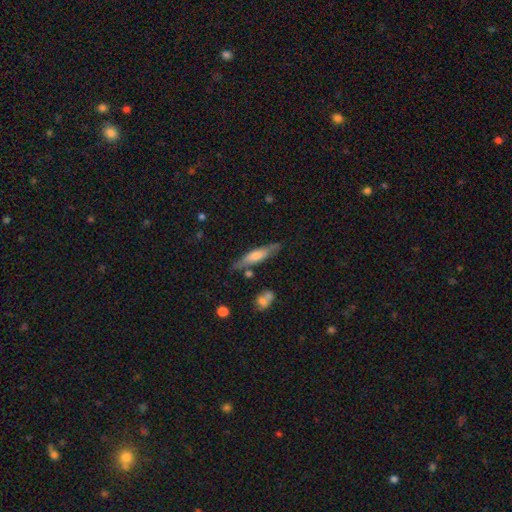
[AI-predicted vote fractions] Smooth or featured? smooth (52%)
How rounded? cigar-shaped (76%)
Merging? none (75%)